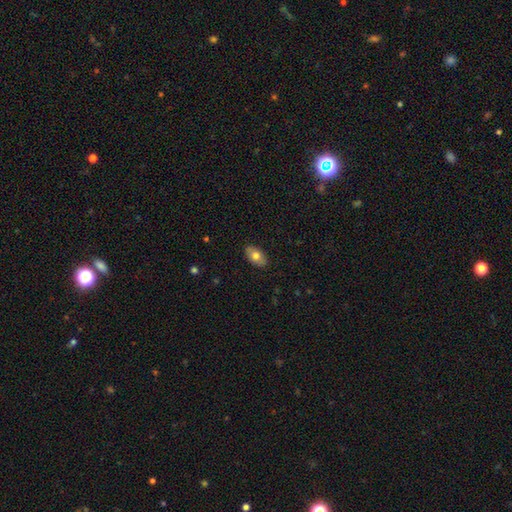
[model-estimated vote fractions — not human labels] This appears to be a smooth galaxy with no disk features (74%) that is in between round and cigar-shaped (93%). Merging: none (88%).